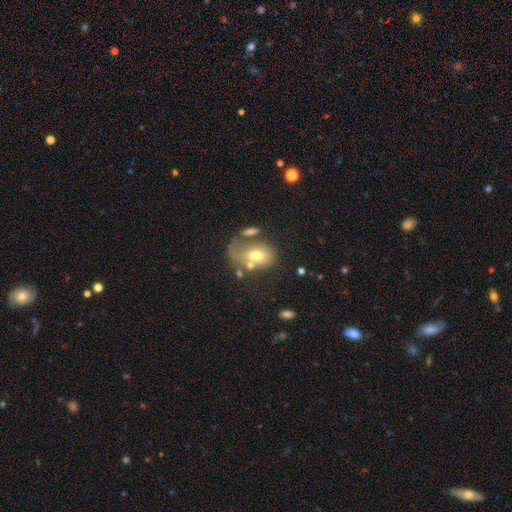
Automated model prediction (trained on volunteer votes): smooth-or-featured: smooth: 60% | featured or disk: 31% | star or artifact: 9%
  how-rounded: in between: 76% | round: 23% | cigar-shaped: 2%
  merging: major disturbance: 28% (tied) | none: 28% (tied) | merger: 25% | minor disturbance: 19%